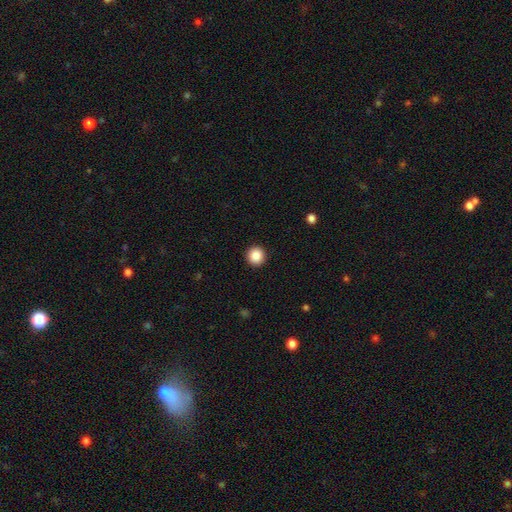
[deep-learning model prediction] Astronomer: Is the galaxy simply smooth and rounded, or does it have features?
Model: smooth — 87%.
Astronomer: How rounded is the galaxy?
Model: round — 95%.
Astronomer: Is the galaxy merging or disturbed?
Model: none — 93%.